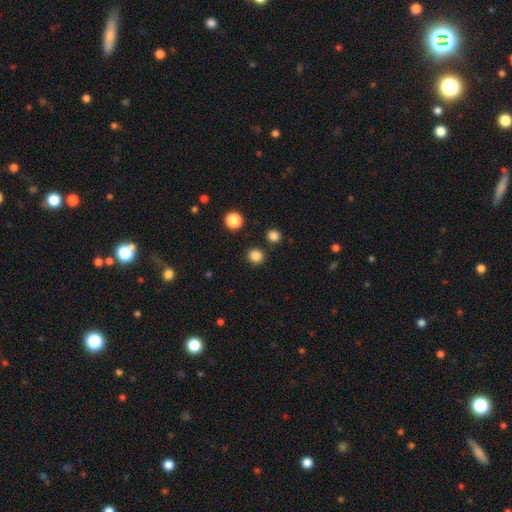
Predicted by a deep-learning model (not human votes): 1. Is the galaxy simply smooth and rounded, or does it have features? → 83% smooth, 13% star or artifact, 4% featured or disk.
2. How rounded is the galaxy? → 91% round, 8% in between, 1% cigar-shaped.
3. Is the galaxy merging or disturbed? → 89% none, 6% minor disturbance, 4% merger, 2% major disturbance.